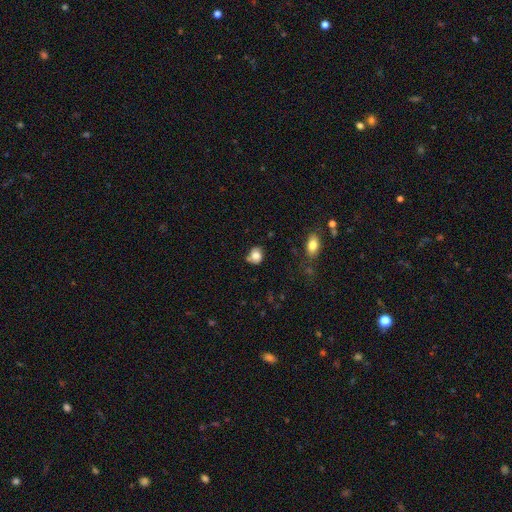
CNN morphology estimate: smooth_or_featured: smooth (p=0.76) [alt: featured or disk p=0.15]
how_rounded: round (p=0.67) [alt: in between p=0.32]
merging: none (p=0.59) [alt: minor disturbance p=0.26]